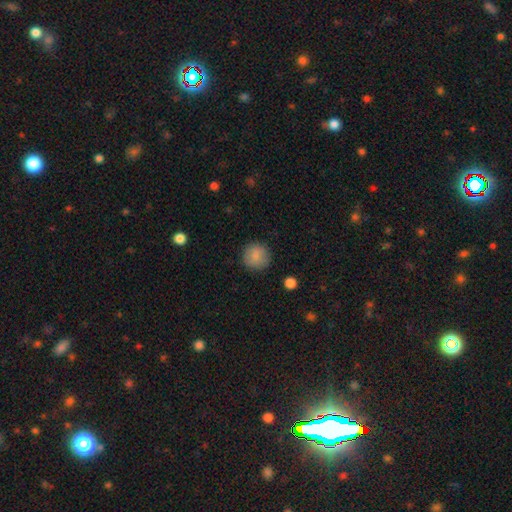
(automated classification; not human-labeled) Smooth or featured? smooth (86%)
How rounded? round (93%)
Merging? none (88%)